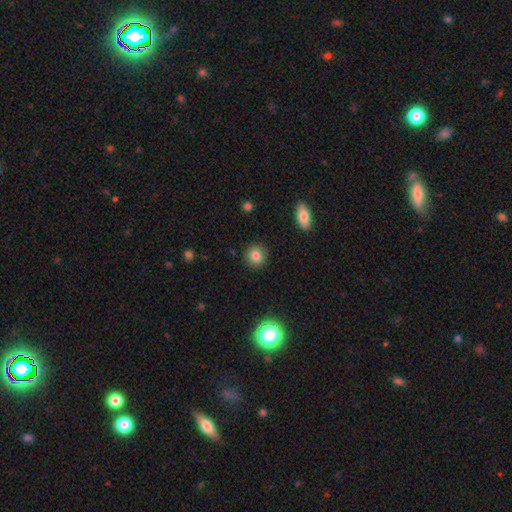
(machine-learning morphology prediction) Smooth or featured? Predicted: smooth (p=0.82). How rounded? Predicted: round (p=0.85). Merging? Predicted: none (p=0.90).